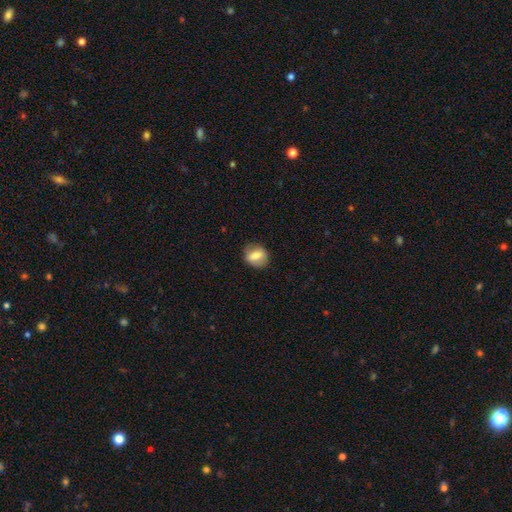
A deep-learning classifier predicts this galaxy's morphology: Smooth or featured? smooth (73%)
How rounded? in between (50%)
Merging? none (79%)